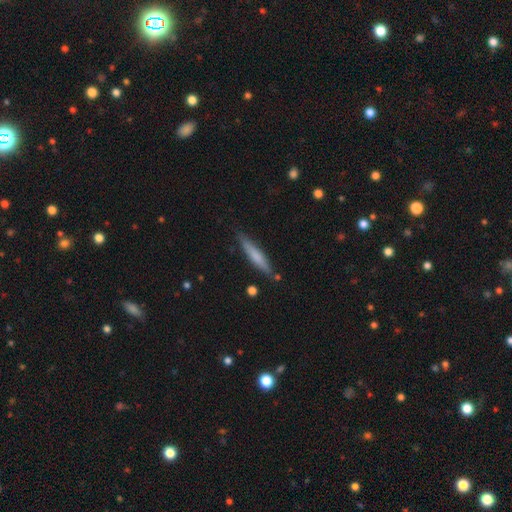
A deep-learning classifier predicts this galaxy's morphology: smooth_or_featured: smooth (p=0.63) [alt: featured or disk p=0.31]
how_rounded: cigar-shaped (p=0.91) [alt: in between p=0.07]
merging: none (p=0.83) [alt: minor disturbance p=0.12]